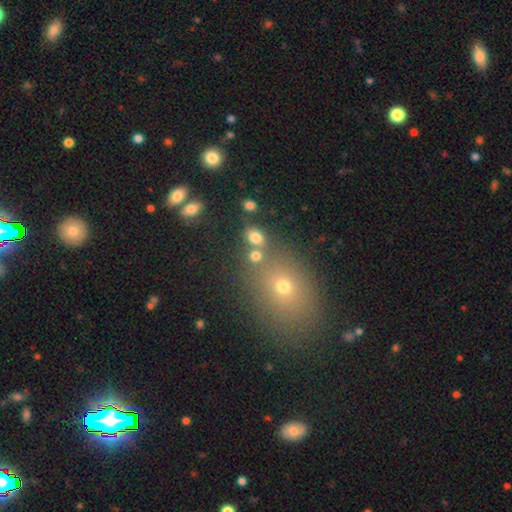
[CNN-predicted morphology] This appears to be a smooth galaxy with no disk features (72%) that is in between round and cigar-shaped (53%). Merging: none (63%).